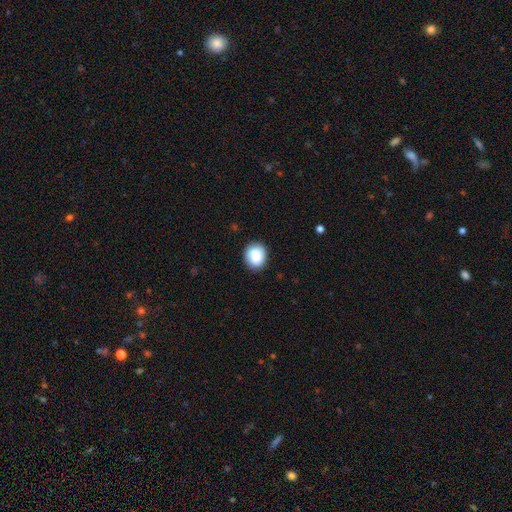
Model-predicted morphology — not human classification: Smooth or featured?
  - smooth: 86% *
  - star or artifact: 7%
  - featured or disk: 6%
How rounded?
  - round: 67% *
  - in between: 32%
  - cigar-shaped: 1%
Merging?
  - none: 85% *
  - minor disturbance: 11%
  - major disturbance: 3%
  - merger: 1%